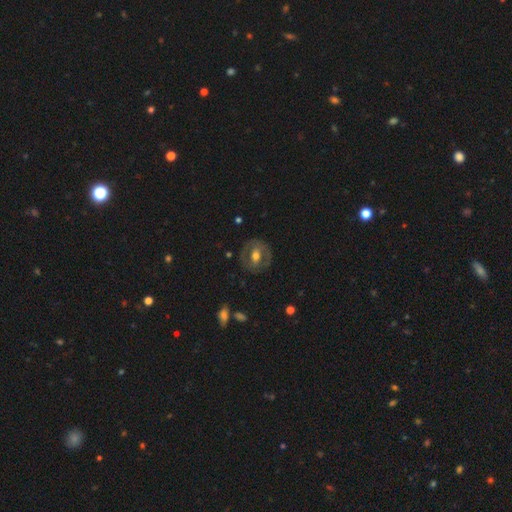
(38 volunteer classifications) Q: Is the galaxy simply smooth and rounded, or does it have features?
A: featured or disk — 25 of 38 (66%).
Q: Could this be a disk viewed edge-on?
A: no — 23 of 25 (92%).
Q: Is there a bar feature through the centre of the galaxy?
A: weak — 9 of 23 (39%).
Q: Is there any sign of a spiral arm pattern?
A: no — 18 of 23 (78%).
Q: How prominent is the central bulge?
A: moderate — 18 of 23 (78%).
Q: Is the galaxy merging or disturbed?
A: none — 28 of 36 (78%).